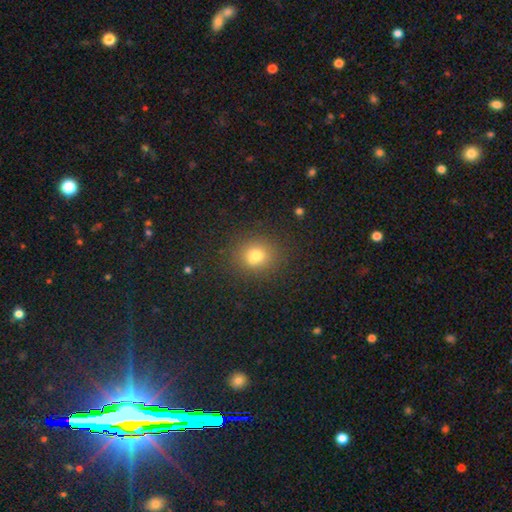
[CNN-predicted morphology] A smooth galaxy with no disk features (72%) that is round (74%). Merging: none (71%).